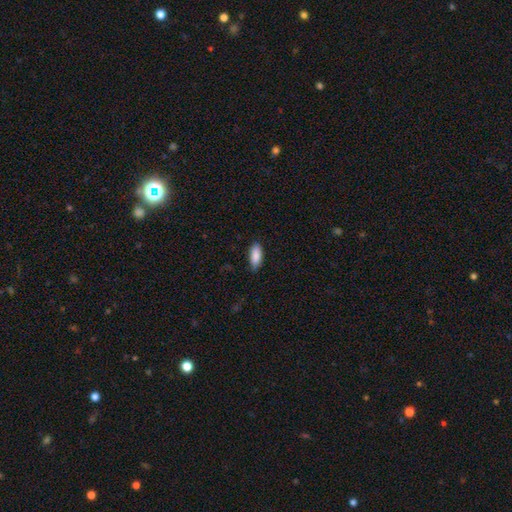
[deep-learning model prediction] Smooth or featured? smooth (89%)
How rounded? in between (81%)
Merging? none (85%)